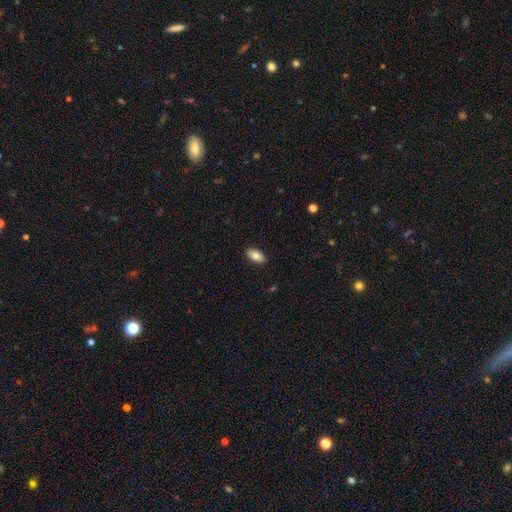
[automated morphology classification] This is likely a smooth galaxy (80%). How rounded: clearly in between (93%). Merging: clearly none (89%).